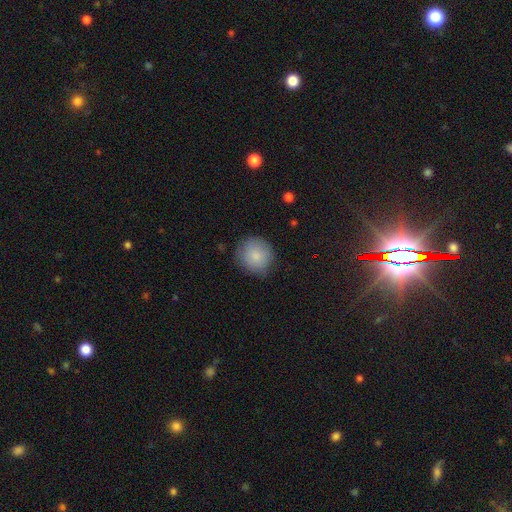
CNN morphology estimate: Smooth or featured? smooth (85%)
How rounded? round (91%)
Merging? none (83%)